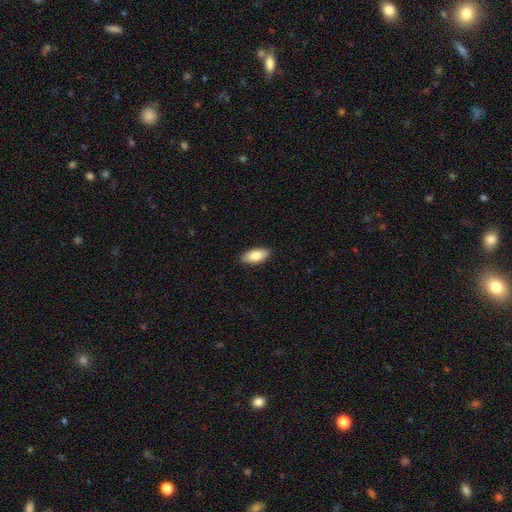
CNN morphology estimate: smooth_or_featured: smooth (p=0.83) [alt: featured or disk p=0.11]
how_rounded: in between (p=0.90) [alt: cigar-shaped p=0.08]
merging: none (p=0.89) [alt: minor disturbance p=0.08]